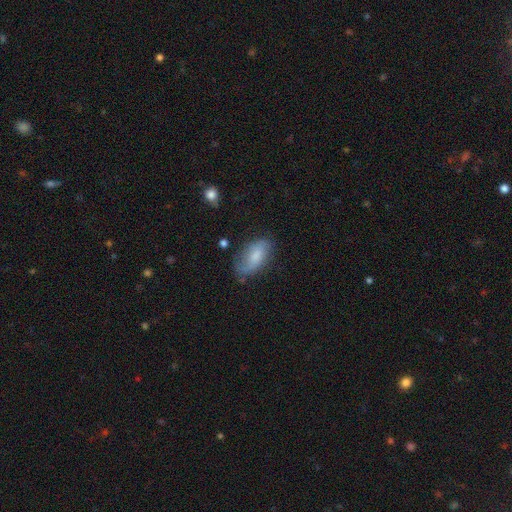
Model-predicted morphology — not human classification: Overall: smooth (66%; featured or disk 27%). How rounded: in between (91%). Merging: none (57%; minor disturbance 30%).